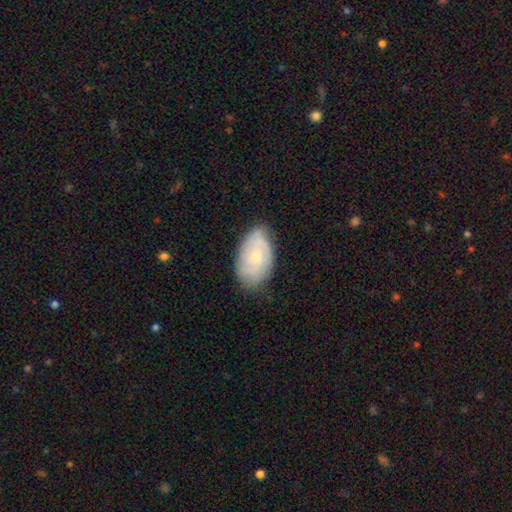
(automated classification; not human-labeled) Overall: featured or disk (53%; smooth 41%). Edge-on disk: no (95%). Bar: no (75%). Spiral arms: yes (81%). Bulge size: small (66%; moderate 30%). Merging: none (72%).